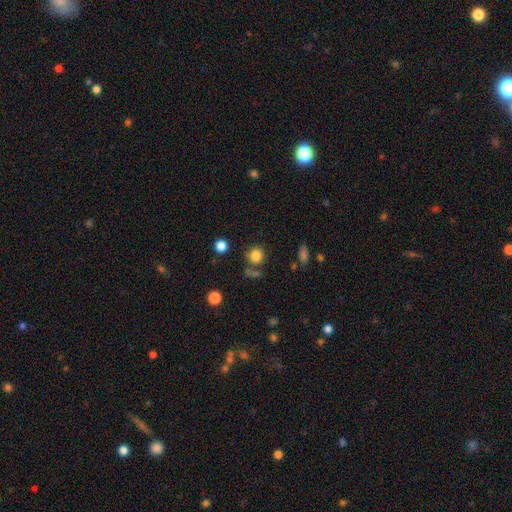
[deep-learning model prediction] smooth_or_featured: smooth (p=0.82) [alt: star or artifact p=0.12]
how_rounded: round (p=0.89) [alt: in between p=0.10]
merging: none (p=0.73) [alt: merger p=0.12]